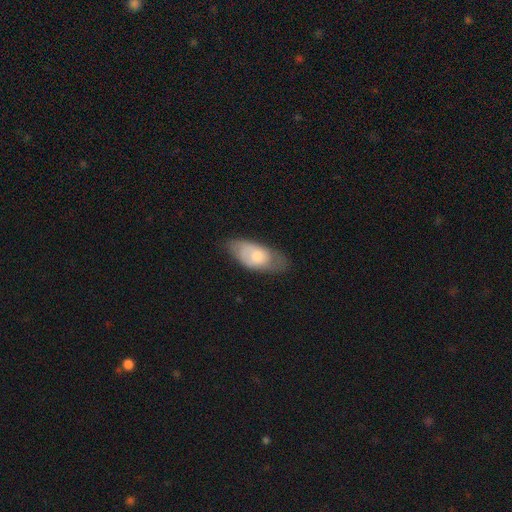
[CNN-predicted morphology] Smooth or featured: smooth — 65% (featured or disk — 29%)
How rounded: in between — 89% (cigar-shaped — 7%)
Merging: none — 58% (minor disturbance — 31%)